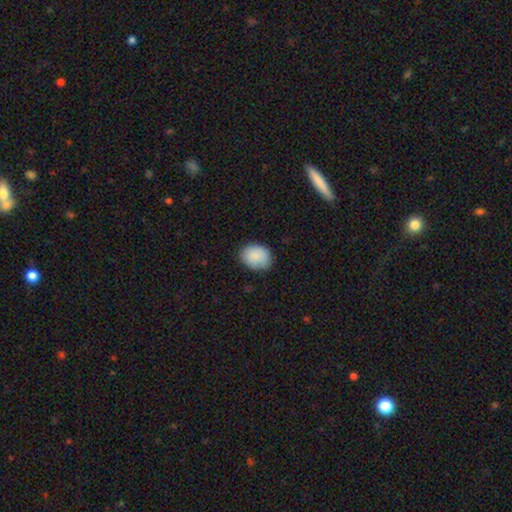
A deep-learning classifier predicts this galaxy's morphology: Smooth or featured? Predicted: smooth (p=0.89). How rounded? Predicted: in between (p=0.57). Merging? Predicted: none (p=0.81).